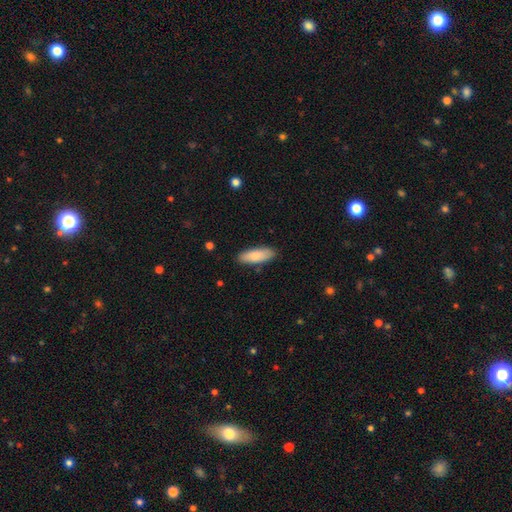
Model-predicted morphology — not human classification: This appears to be a smooth galaxy with no disk features (82%) that is in between round and cigar-shaped (65%). Merging: none (86%).